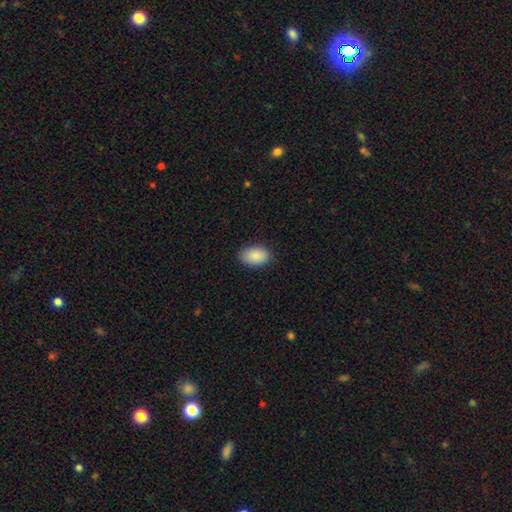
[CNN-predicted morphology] Smooth or featured: smooth — 90% (star or artifact — 7%)
How rounded: in between — 89% (round — 10%)
Merging: none — 86% (minor disturbance — 10%)